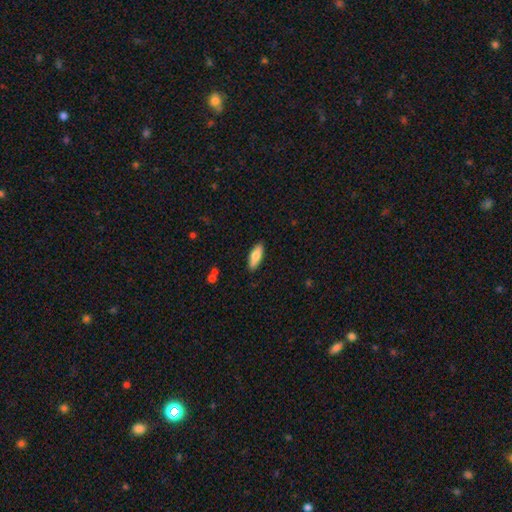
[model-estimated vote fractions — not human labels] smooth_or_featured: smooth (p=0.75) [alt: featured or disk p=0.20]
how_rounded: in between (p=0.60) [alt: cigar-shaped p=0.38]
merging: none (p=0.87) [alt: minor disturbance p=0.09]